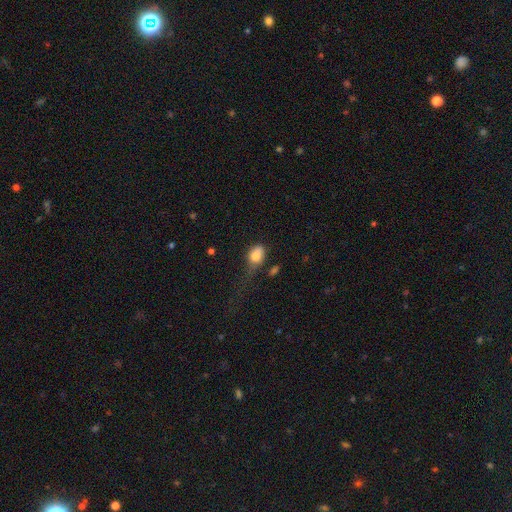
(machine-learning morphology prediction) Overall: smooth (78%). How rounded: in between (73%). Merging: minor disturbance (34%; major disturbance 32%).